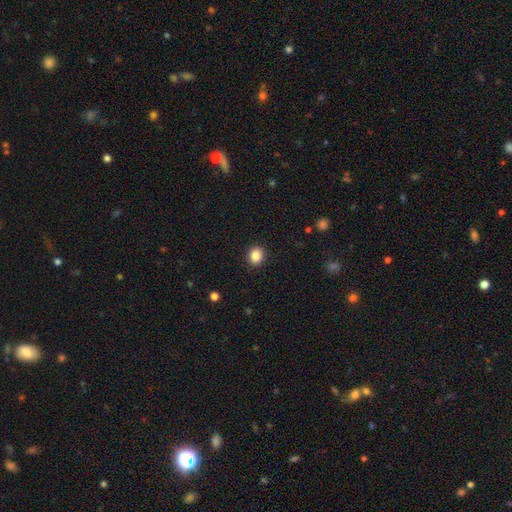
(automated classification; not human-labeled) The model was most divided on "how rounded": round: 69%, in between: 30%, cigar-shaped: 1%. More confident: merging — none (91%); smooth or featured — smooth (87%).